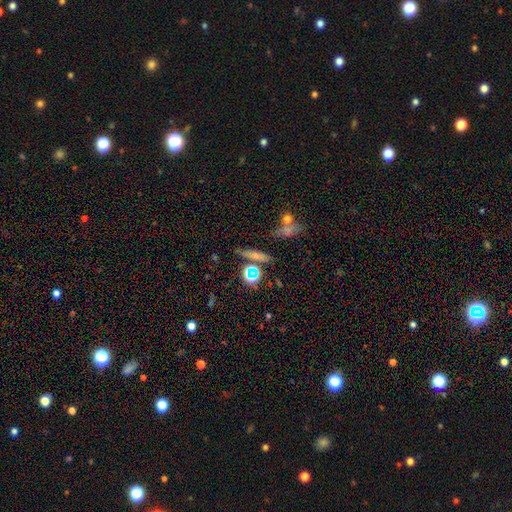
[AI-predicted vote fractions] A smooth galaxy with no disk features (54%) that is cigar-shaped (66%).

Vote fractions:
- Smooth or featured? smooth: 54% / star or artifact: 26% / featured or disk: 20%
- How rounded? cigar-shaped: 66% / in between: 20% / round: 15%
- Merging? none: 74% / minor disturbance: 12% / merger: 9% / major disturbance: 5%